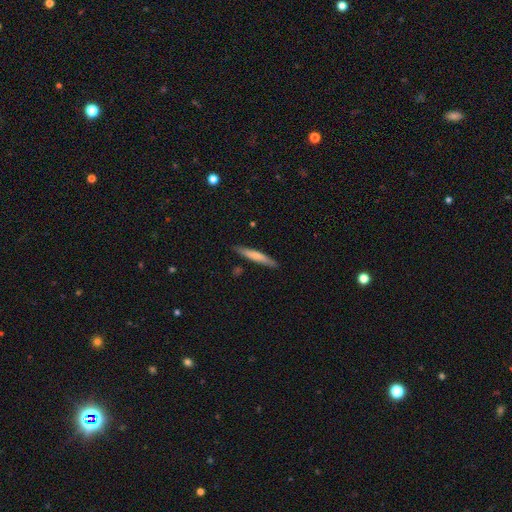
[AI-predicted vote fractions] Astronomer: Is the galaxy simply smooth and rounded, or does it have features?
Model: smooth — 66%.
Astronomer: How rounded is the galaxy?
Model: cigar-shaped — 93%.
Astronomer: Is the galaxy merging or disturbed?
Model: none — 87%.